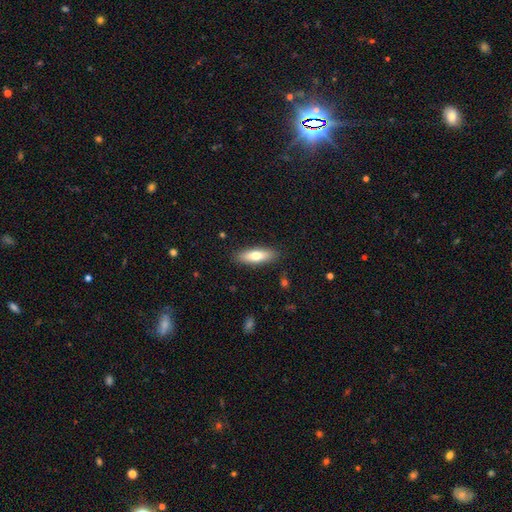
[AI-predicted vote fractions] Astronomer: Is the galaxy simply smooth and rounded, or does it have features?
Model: smooth — 70%.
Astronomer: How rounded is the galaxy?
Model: in between — 51% (runner-up: cigar-shaped, 47%).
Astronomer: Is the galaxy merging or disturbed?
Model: none — 89%.